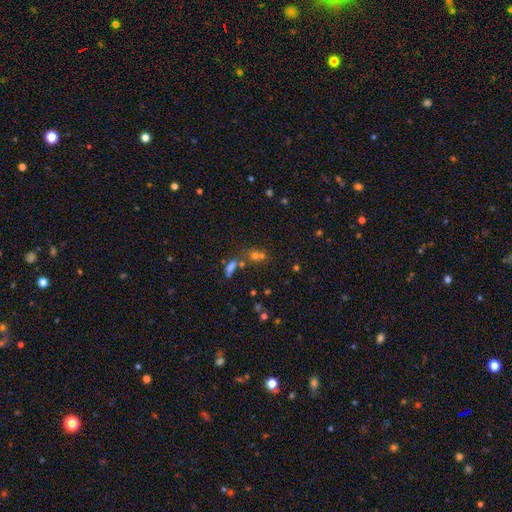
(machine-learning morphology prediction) Q: Smooth or featured?
A: smooth (54%); runner-up: star or artifact (31%)
Q: How rounded?
A: round (60%); runner-up: in between (35%)
Q: Merging?
A: none (47%); runner-up: merger (38%)